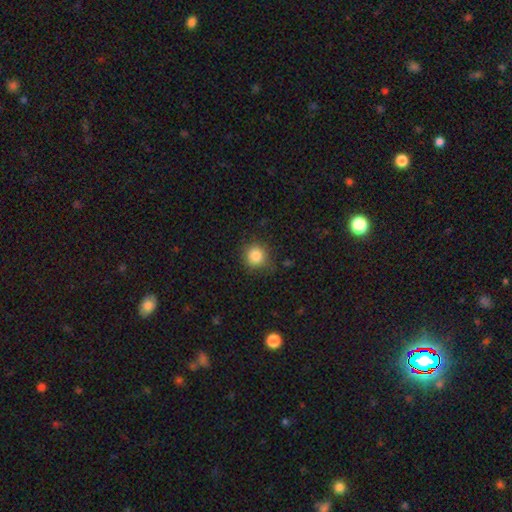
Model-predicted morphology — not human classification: smooth-or-featured: smooth: 84% | star or artifact: 11% | featured or disk: 5%
  how-rounded: round: 90% | in between: 9% | cigar-shaped: 1%
  merging: none: 79% | minor disturbance: 16% | major disturbance: 4% | merger: 1%